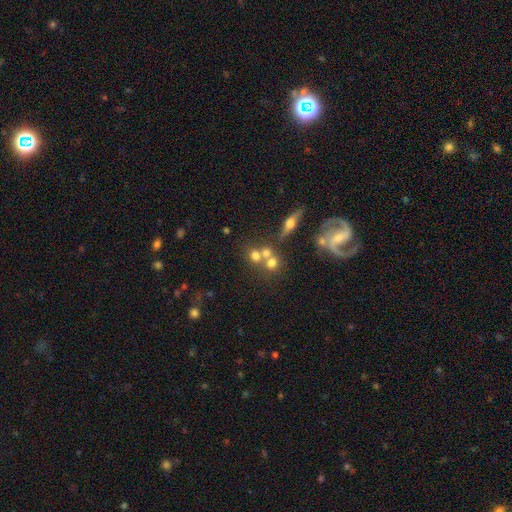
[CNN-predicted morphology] Q: Smooth or featured?
A: smooth (60%); runner-up: featured or disk (24%)
Q: How rounded?
A: round (73%); runner-up: in between (23%)
Q: Merging?
A: merger (46%); runner-up: none (42%)